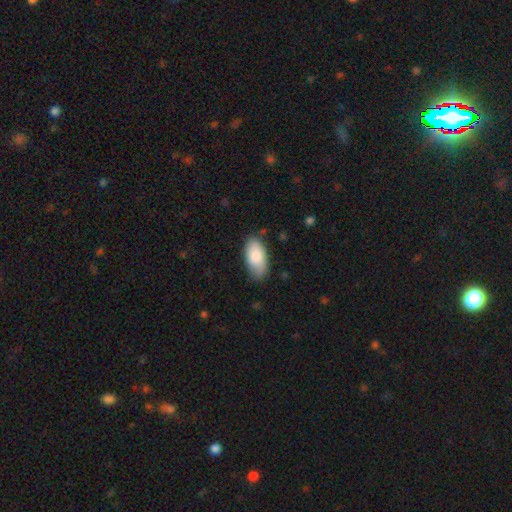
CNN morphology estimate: A smooth galaxy with no disk features (82%) that is in between round and cigar-shaped (94%).

Vote fractions:
- Smooth or featured? smooth: 82% / featured or disk: 12% / star or artifact: 6%
- How rounded? in between: 94% / cigar-shaped: 4% / round: 2%
- Merging? none: 74% / minor disturbance: 20% / major disturbance: 4% / merger: 1%